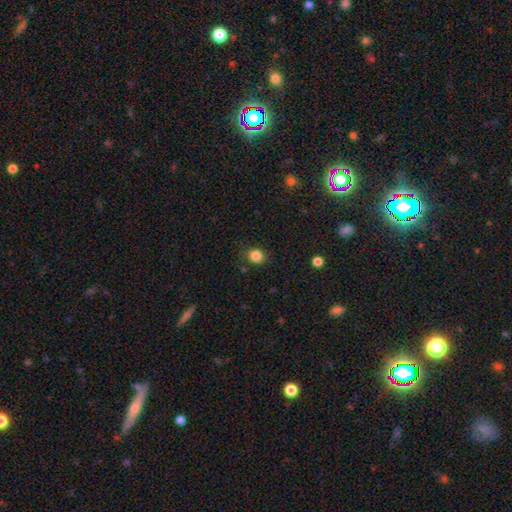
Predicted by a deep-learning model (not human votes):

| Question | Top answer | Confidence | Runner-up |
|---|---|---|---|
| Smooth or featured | smooth | 84% | star or artifact (12%) |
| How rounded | round | 79% | in between (21%) |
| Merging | none | 81% | minor disturbance (14%) |